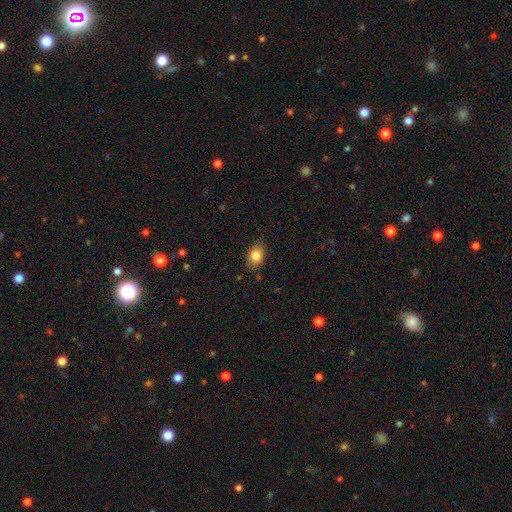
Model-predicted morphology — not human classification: Overall: smooth (84%). How rounded: in between (79%). Merging: none (83%).